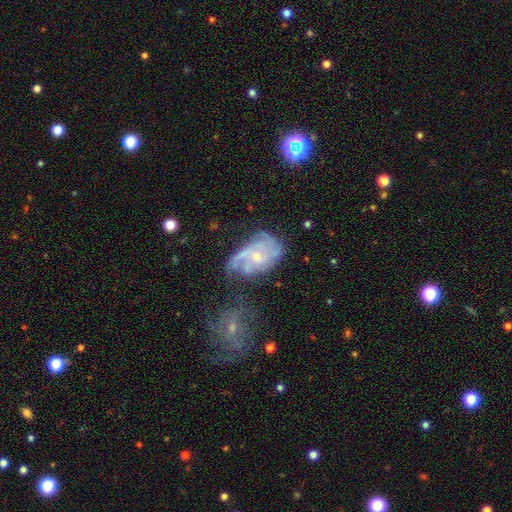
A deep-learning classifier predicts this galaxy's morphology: A featured or disk galaxy (73%) with no bar (72%), tight (40%) spiral arms (80%) and a small central bulge (63%). Merging: none (33%).